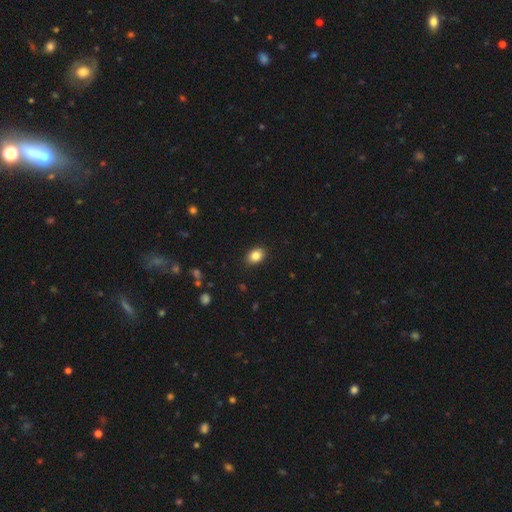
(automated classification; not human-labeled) This is clearly a smooth galaxy (85%). How rounded: likely in between (71%). Merging: clearly none (89%).